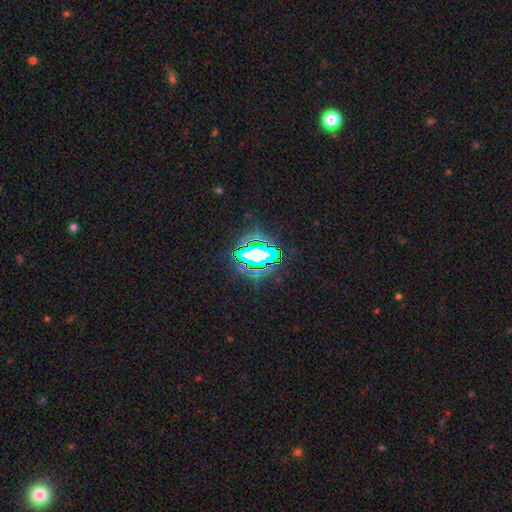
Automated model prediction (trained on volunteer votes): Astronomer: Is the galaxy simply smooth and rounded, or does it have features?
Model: star or artifact — 67%.